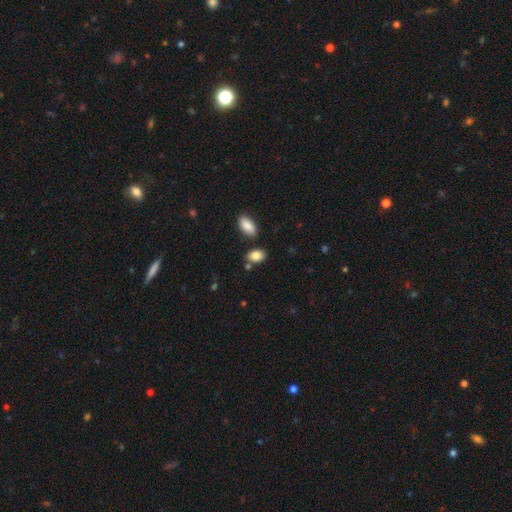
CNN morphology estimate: This is clearly a smooth galaxy (86%). How rounded: likely in between (79%). Merging: likely none (70%).